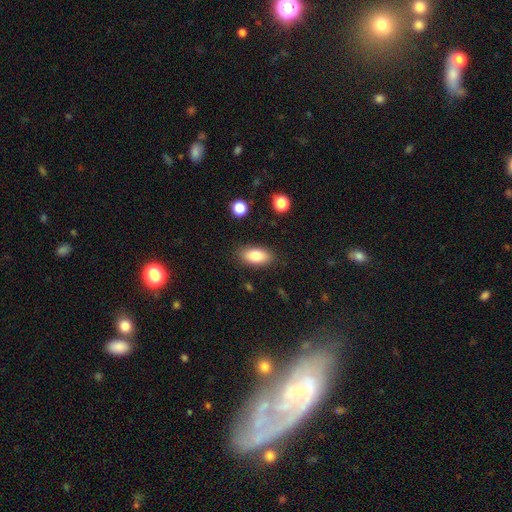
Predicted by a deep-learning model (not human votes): A smooth galaxy with no disk features (82%) that is in between round and cigar-shaped (90%).

Vote fractions:
- Smooth or featured? smooth: 82% / featured or disk: 11% / star or artifact: 7%
- How rounded? in between: 90% / cigar-shaped: 6% / round: 4%
- Merging? none: 85% / minor disturbance: 10% / major disturbance: 3% / merger: 2%